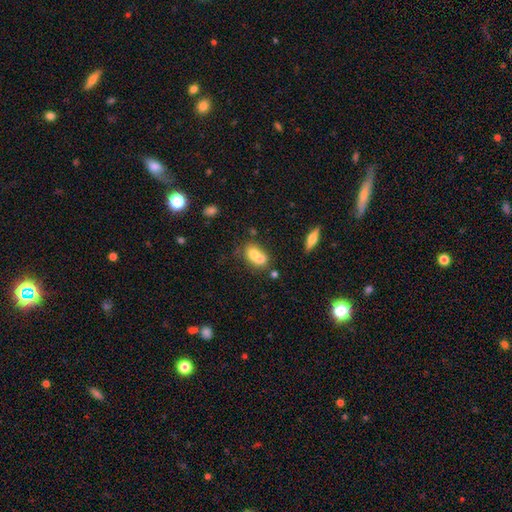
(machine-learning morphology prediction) A smooth galaxy with no disk features (67%) that is in between round and cigar-shaped (65%). Merging: merger (63%).